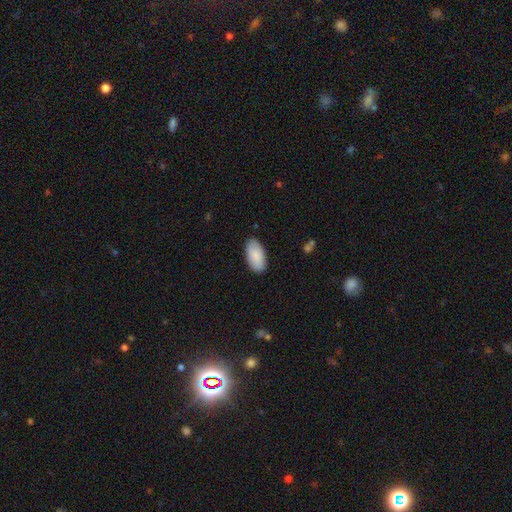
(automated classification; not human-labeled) A smooth galaxy with no disk features (87%) that is in between round and cigar-shaped (95%). Merging: none (87%).